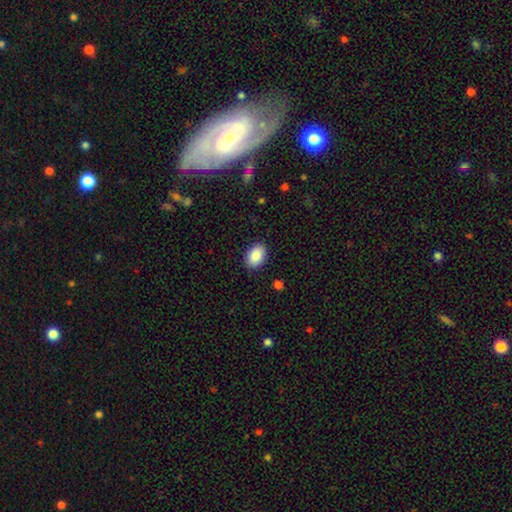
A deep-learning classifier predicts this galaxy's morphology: Smooth or featured: smooth — 89% (star or artifact — 7%)
How rounded: in between — 87% (round — 12%)
Merging: none — 89% (minor disturbance — 8%)